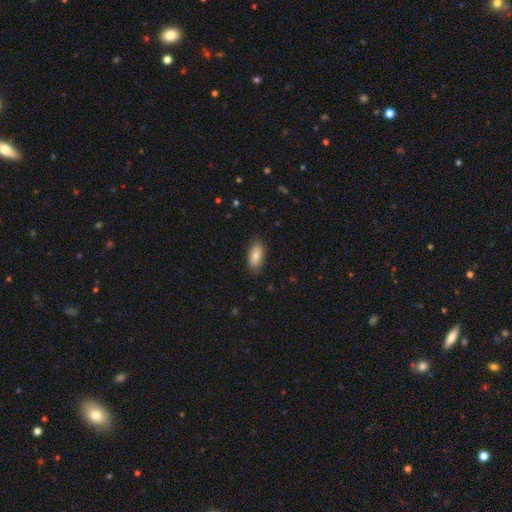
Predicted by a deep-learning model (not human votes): A smooth galaxy with no disk features (83%) that is in between round and cigar-shaped (87%). Merging: none (85%).